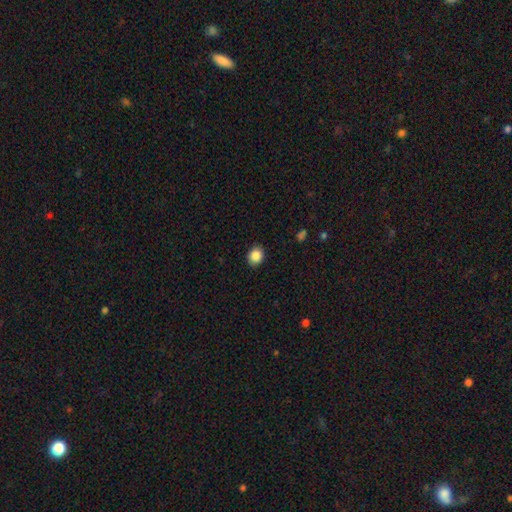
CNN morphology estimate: type=smooth (87%); roundness=round (65%); merging=none (90%).